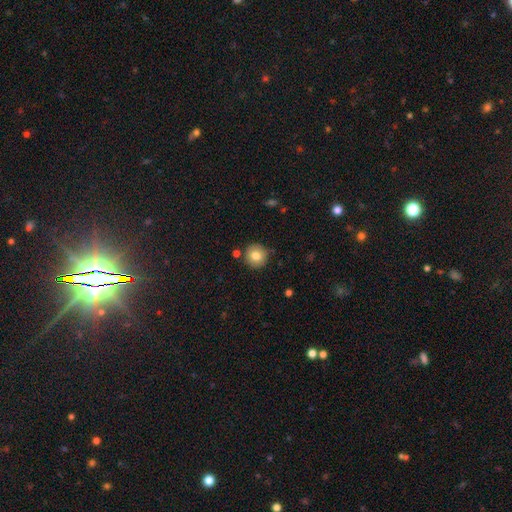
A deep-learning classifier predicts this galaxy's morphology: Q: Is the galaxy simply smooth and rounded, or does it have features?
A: smooth — 80%.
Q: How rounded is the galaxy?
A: round — 95%.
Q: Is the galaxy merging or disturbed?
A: none — 87%.